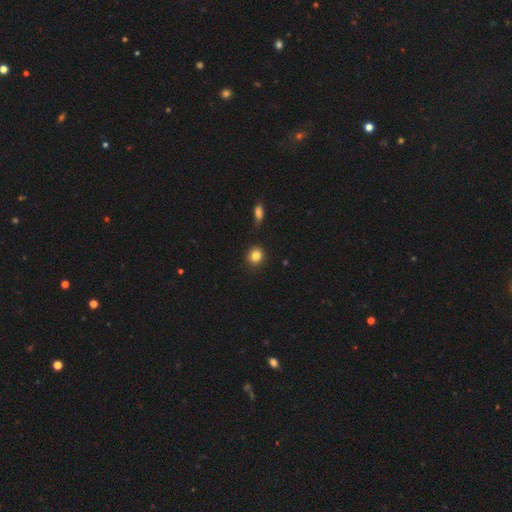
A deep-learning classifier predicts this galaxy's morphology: A smooth galaxy with no disk features (84%) that is round (88%).

Vote fractions:
- Smooth or featured? smooth: 84% / star or artifact: 11% / featured or disk: 5%
- How rounded? round: 88% / in between: 11% / cigar-shaped: 1%
- Merging? none: 87% / minor disturbance: 8% / merger: 2% / major disturbance: 2%